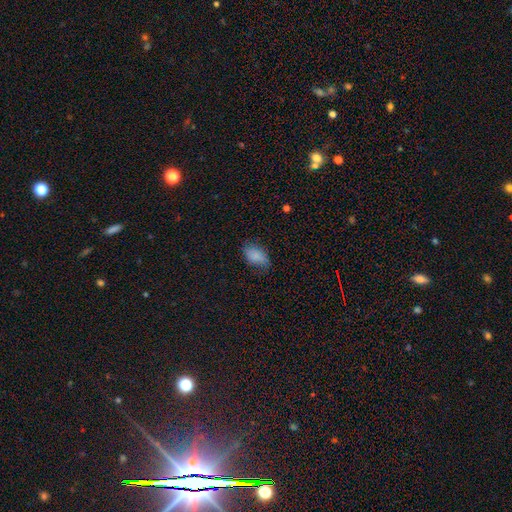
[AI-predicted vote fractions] This is clearly a smooth galaxy (82%). How rounded: clearly in between (90%). Merging: likely none (66%).